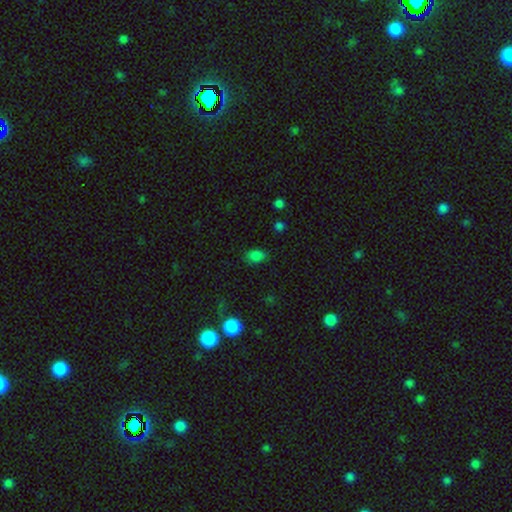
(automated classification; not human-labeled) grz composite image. It shows a smooth galaxy with no disk features (81%) that is in between round and cigar-shaped (81%). Merging: none (75%).